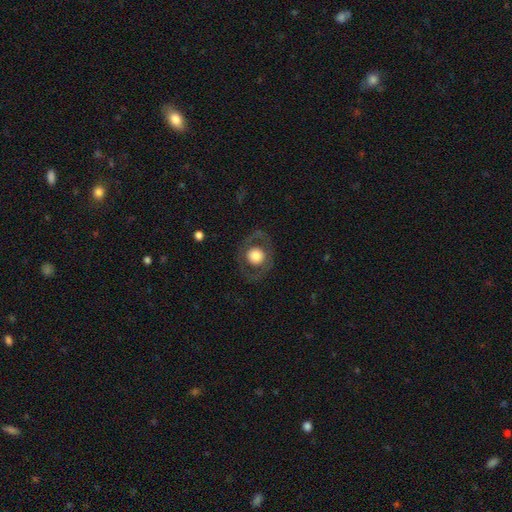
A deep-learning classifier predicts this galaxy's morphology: Smooth or featured? Predicted: smooth (p=0.55). How rounded? Predicted: round (p=0.82). Merging? Predicted: none (p=0.79).